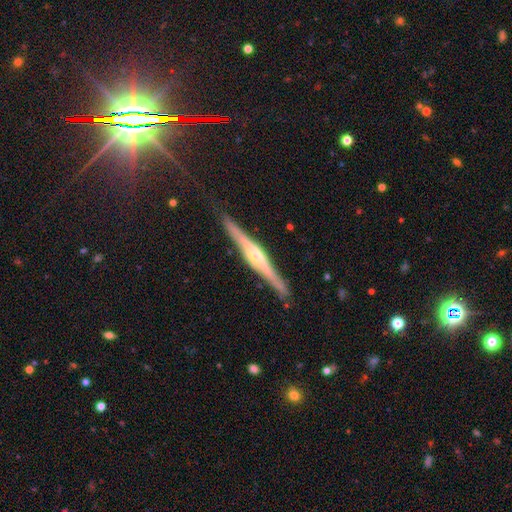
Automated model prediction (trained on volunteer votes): A featured or disk galaxy (80%) viewed edge-on (98%) with a rounded central bulge (69%). Merging: none (87%).